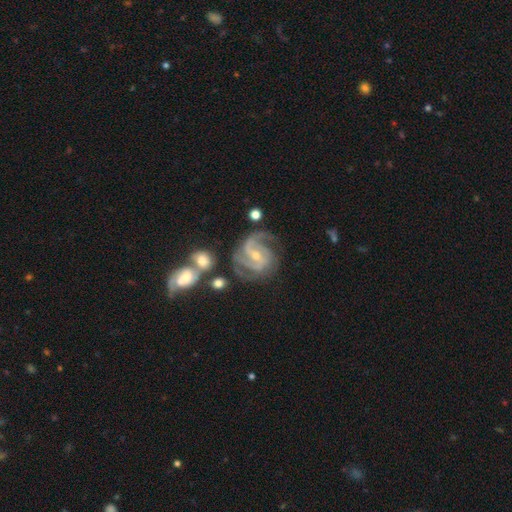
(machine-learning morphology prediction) Overall: featured or disk (90%). Edge-on disk: no (98%). Bar: weak (44%; strong 36%). Spiral arms: yes (98%). Spiral arm count: 2 (39%; 3 36%). Spiral winding: medium (49%; tight 37%). Bulge size: small (57%; moderate 40%). Merging: none (59%; minor disturbance 20%).